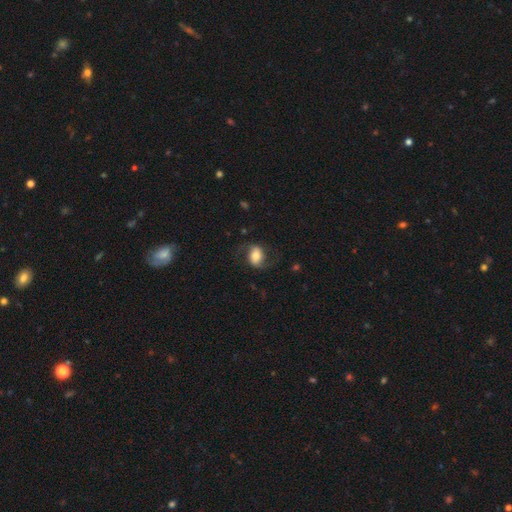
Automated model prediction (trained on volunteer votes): This appears to be a featured or disk galaxy (58%) with no bar (37%), spiral arms (89%) and a moderate central bulge (53%). Merging: none (70%).